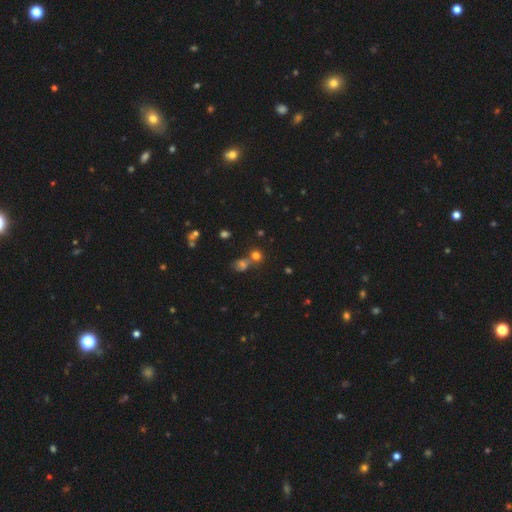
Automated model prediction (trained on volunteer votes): smooth 68%, star or artifact 23%, featured or disk 9%. Down the decision tree: how rounded — round (85%); merging — none (58%).